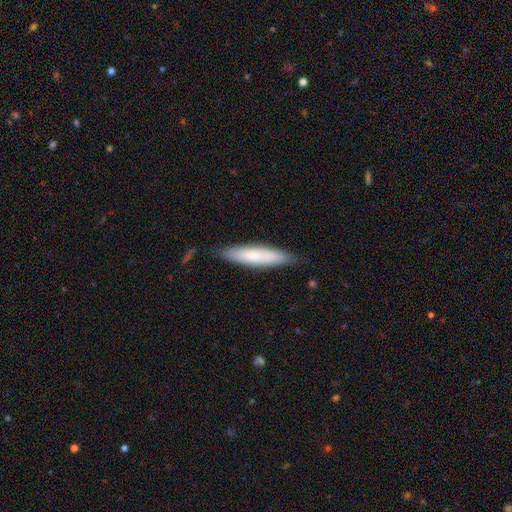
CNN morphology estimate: type=smooth (72%); roundness=cigar-shaped (81%); merging=none (81%).